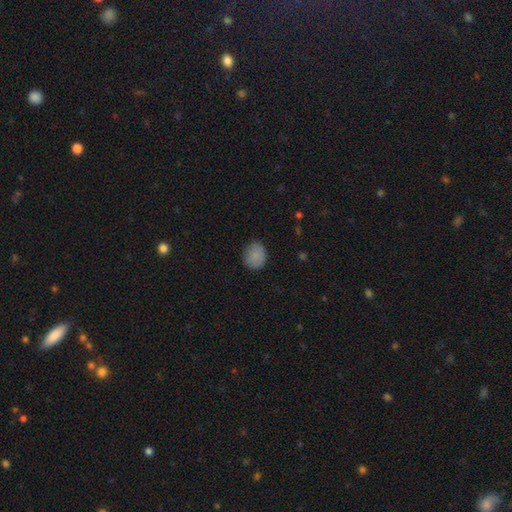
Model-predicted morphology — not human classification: smooth 84%, star or artifact 8%, featured or disk 8%. Down the decision tree: how rounded — round (72%); merging — none (81%).